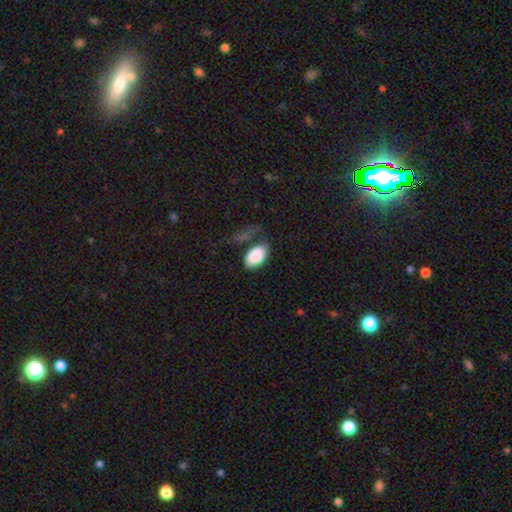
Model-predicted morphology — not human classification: Smooth or featured?
  - smooth: 86% *
  - featured or disk: 8%
  - star or artifact: 6%
How rounded?
  - in between: 93% *
  - round: 5%
  - cigar-shaped: 1%
Merging?
  - none: 40% *
  - minor disturbance: 29%
  - major disturbance: 24%
  - merger: 7%